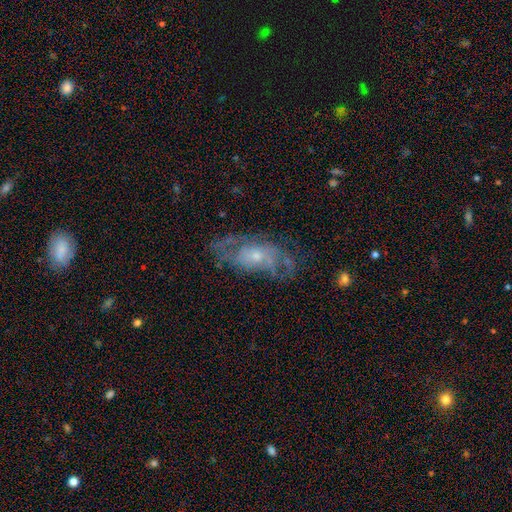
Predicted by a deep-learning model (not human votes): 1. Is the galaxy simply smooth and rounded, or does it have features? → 69% featured or disk, 23% smooth, 8% star or artifact.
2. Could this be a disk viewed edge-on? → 92% no, 8% yes.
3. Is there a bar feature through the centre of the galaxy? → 78% no, 18% weak, 3% strong.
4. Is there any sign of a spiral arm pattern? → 69% yes, 31% no.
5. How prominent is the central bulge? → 58% small, 34% moderate, 4% large, 3% none, 1% dominant.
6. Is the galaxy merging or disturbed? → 57% none, 22% minor disturbance, 19% major disturbance, 2% merger.